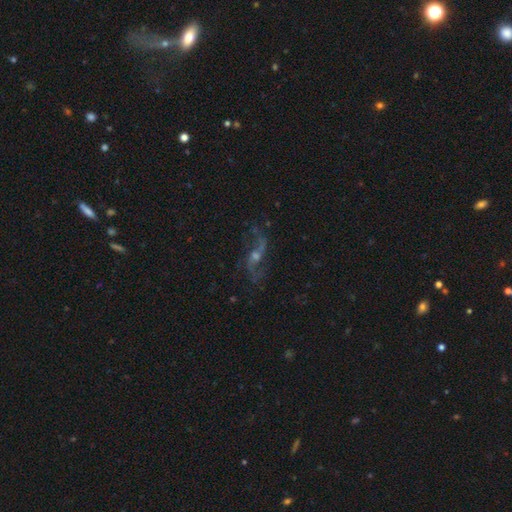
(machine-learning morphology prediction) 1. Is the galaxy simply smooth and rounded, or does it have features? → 78% featured or disk, 13% star or artifact, 9% smooth.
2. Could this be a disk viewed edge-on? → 88% no, 12% yes.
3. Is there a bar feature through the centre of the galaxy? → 47% no, 39% weak, 14% strong.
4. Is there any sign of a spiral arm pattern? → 92% yes, 8% no.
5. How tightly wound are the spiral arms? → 83% loose, 13% medium, 4% tight.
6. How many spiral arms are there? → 89% 2, 4% can't tell, 3% 1, 2% 3, 1% 4, 1% more than 4.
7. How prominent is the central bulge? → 48% moderate, 41% small, 5% none, 5% large, 2% dominant.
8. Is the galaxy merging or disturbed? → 72% none, 15% minor disturbance, 11% major disturbance, 2% merger.